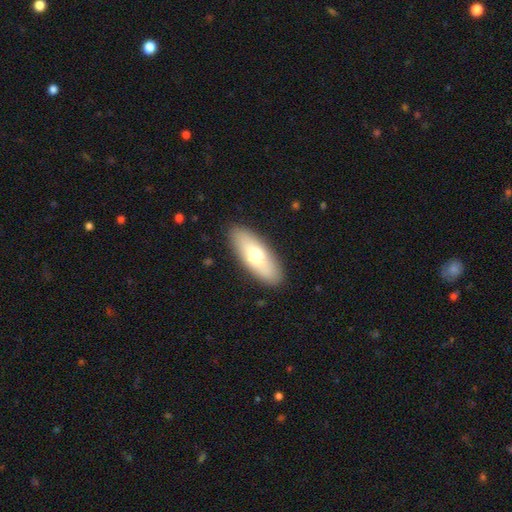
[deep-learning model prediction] Smooth or featured? smooth (65%)
How rounded? in between (70%)
Merging? none (89%)